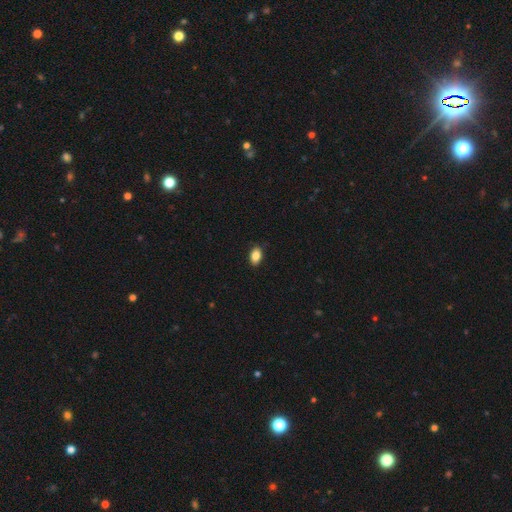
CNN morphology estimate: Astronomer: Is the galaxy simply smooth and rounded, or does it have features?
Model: smooth — 86%.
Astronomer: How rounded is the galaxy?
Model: in between — 88%.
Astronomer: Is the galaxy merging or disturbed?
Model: none — 88%.